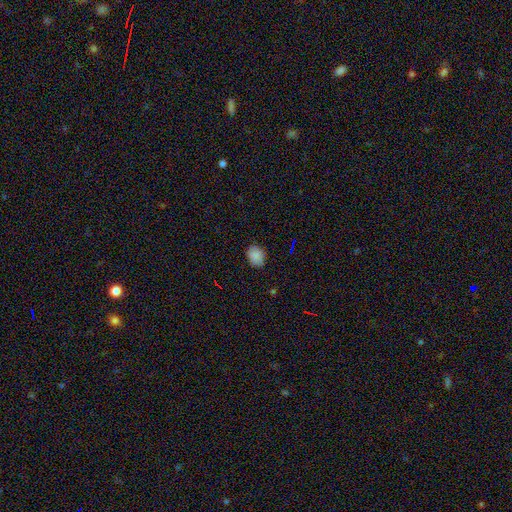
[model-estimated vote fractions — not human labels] This appears to be a smooth galaxy with no disk features (84%) that is in between round and cigar-shaped (58%). Merging: none (83%).